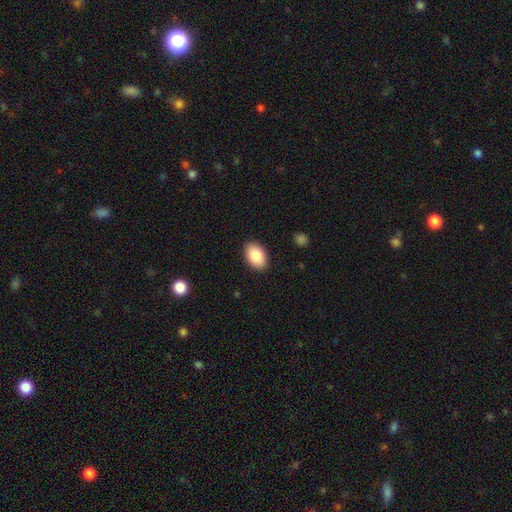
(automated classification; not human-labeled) This appears to be a smooth galaxy with no disk features (86%) that is in between round and cigar-shaped (91%). Merging: none (89%).